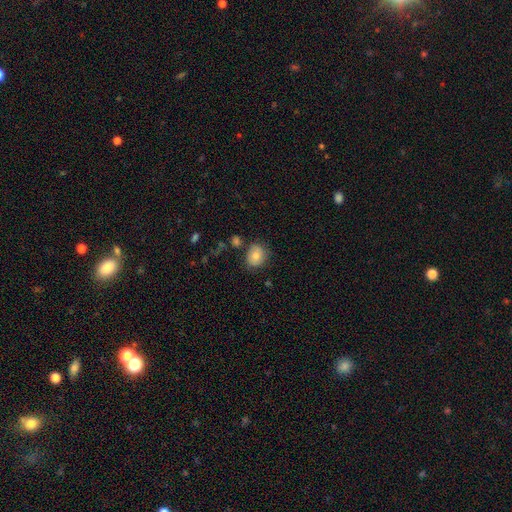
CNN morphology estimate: This is likely a smooth galaxy (78%). How rounded: possibly round (60%). Merging: likely none (75%).